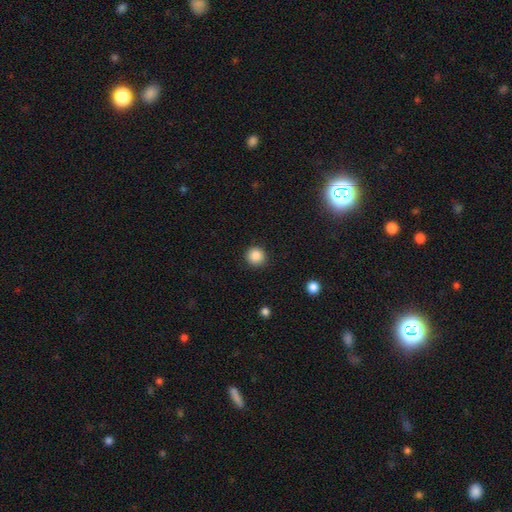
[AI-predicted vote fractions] A smooth galaxy with no disk features (87%) that is round (93%).

Vote fractions:
- Smooth or featured? smooth: 87% / star or artifact: 10% / featured or disk: 3%
- How rounded? round: 93% / in between: 6% / cigar-shaped: 1%
- Merging? none: 91% / minor disturbance: 6% / major disturbance: 2% / merger: 1%